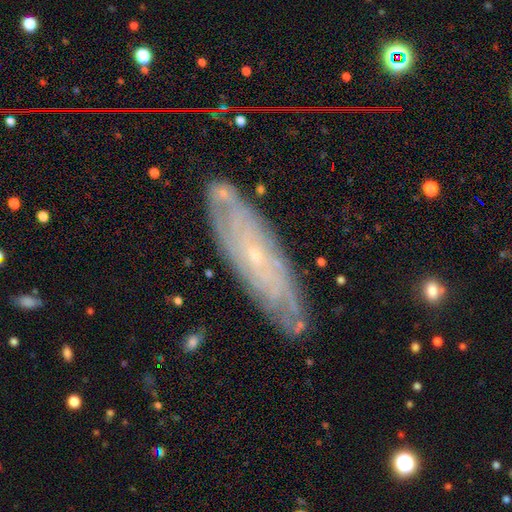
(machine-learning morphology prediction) smooth_or_featured: featured or disk (p=0.74) [alt: smooth p=0.17]
disk_edge_on: no (p=0.75) [alt: yes p=0.25]
bar: no (p=0.79) [alt: weak p=0.16]
has_spiral_arms: yes (p=0.86) [alt: no p=0.14]
bulge_size: small (p=0.88) [alt: moderate p=0.08]
merging: none (p=0.82) [alt: minor disturbance p=0.13]